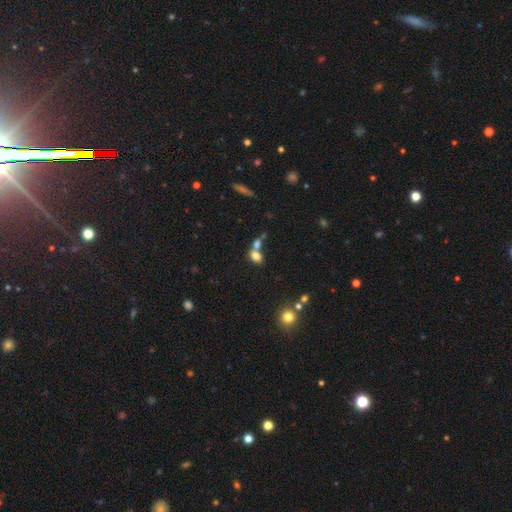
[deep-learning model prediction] Q: Smooth or featured?
A: smooth (76%); runner-up: star or artifact (12%)
Q: How rounded?
A: in between (70%); runner-up: round (28%)
Q: Merging?
A: merger (50%); runner-up: none (36%)